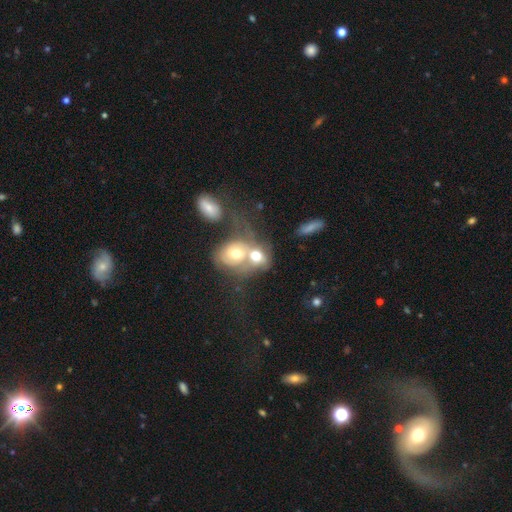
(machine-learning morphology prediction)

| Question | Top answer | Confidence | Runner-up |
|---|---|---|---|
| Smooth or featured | smooth | 54% | featured or disk (36%) |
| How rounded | round | 50% | in between (49%) |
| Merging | merger | 70% | none (14%) |